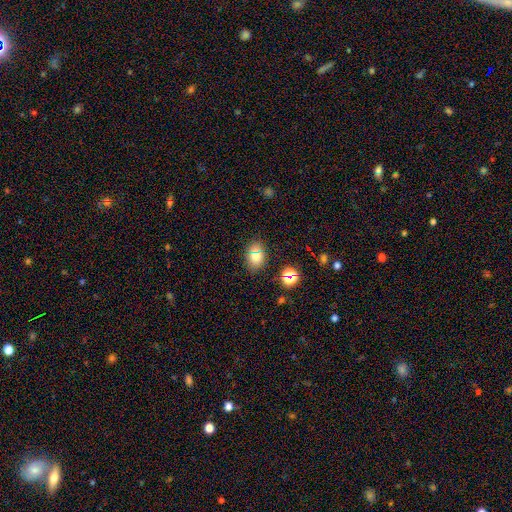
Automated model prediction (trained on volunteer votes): Smooth or featured? smooth (74%)
How rounded? in between (65%)
Merging? none (80%)